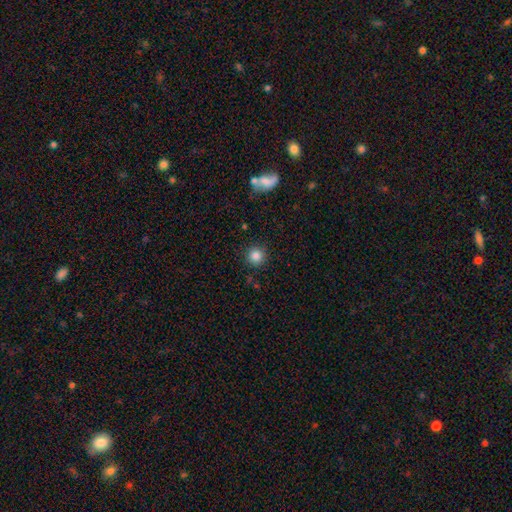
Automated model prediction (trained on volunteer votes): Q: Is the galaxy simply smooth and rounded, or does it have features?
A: smooth — 84%.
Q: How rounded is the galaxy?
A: round — 95%.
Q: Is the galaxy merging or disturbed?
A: none — 90%.